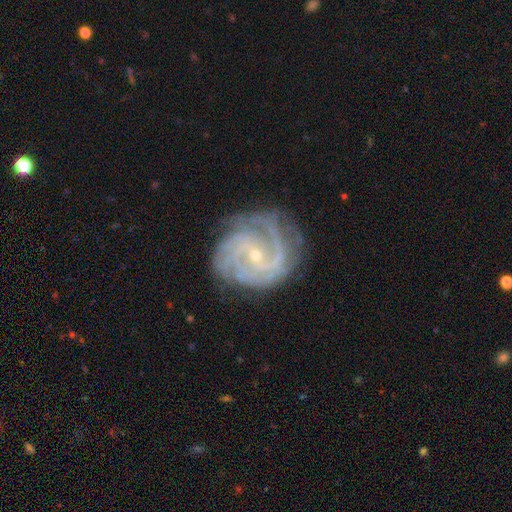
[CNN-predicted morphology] featured or disk 89%, star or artifact 6%, smooth 5%. Down the decision tree: edge-on disk — no (98%); bar — no (53%); spiral arms — yes (98%); spiral arm count — 3 (27%); spiral winding — tight (65%); bulge size — small (79%); merging — none (74%).